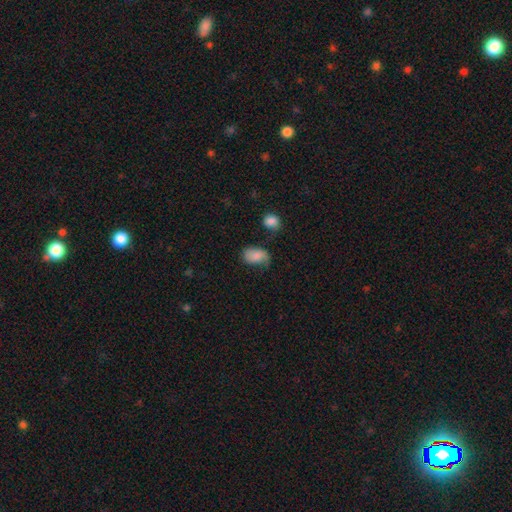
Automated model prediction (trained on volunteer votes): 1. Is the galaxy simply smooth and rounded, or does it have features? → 75% smooth, 16% featured or disk, 9% star or artifact.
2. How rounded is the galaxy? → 86% in between, 12% round, 1% cigar-shaped.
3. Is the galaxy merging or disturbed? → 45% none, 33% minor disturbance, 17% major disturbance, 6% merger.